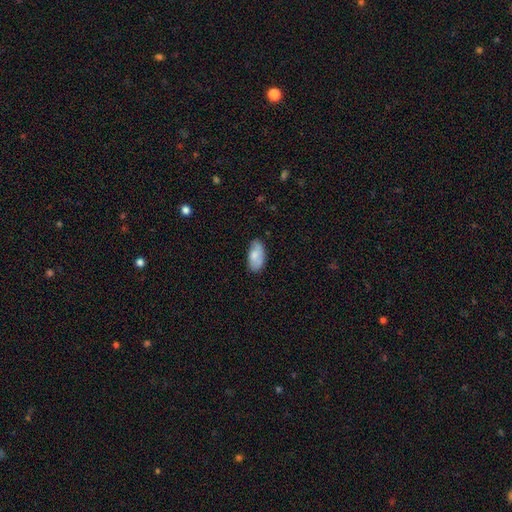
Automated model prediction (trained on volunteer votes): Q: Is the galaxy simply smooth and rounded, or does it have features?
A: smooth — 77%.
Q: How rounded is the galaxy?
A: in between — 94%.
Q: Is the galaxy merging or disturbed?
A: none — 68%.